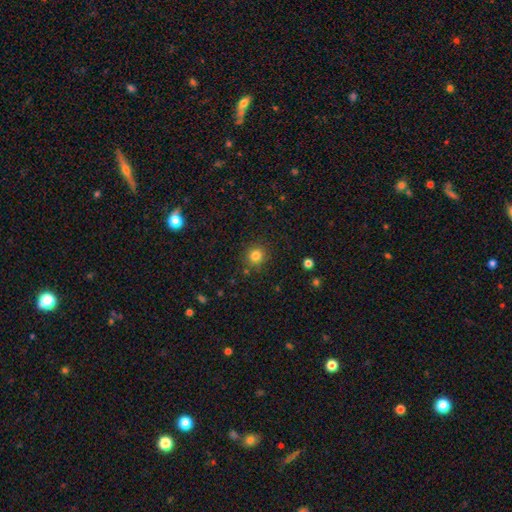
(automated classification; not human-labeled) smooth-or-featured: smooth: 82% | star or artifact: 13% | featured or disk: 5%
  how-rounded: round: 90% | in between: 9% | cigar-shaped: 1%
  merging: none: 88% | minor disturbance: 8% | major disturbance: 3% | merger: 2%